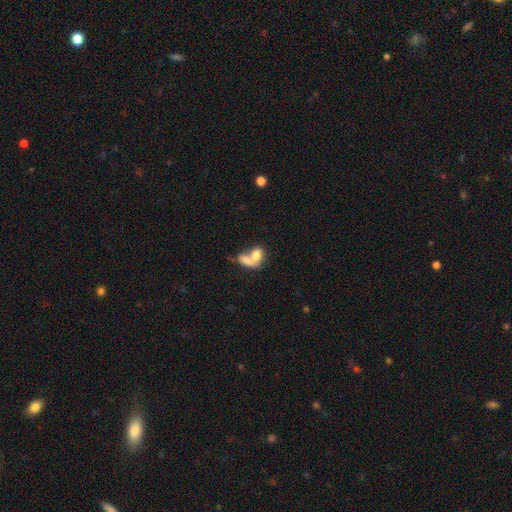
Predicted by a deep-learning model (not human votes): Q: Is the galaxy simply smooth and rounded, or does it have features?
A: smooth — 73%.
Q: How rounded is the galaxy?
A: in between — 78%.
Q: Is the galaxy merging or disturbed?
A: merger — 71%.